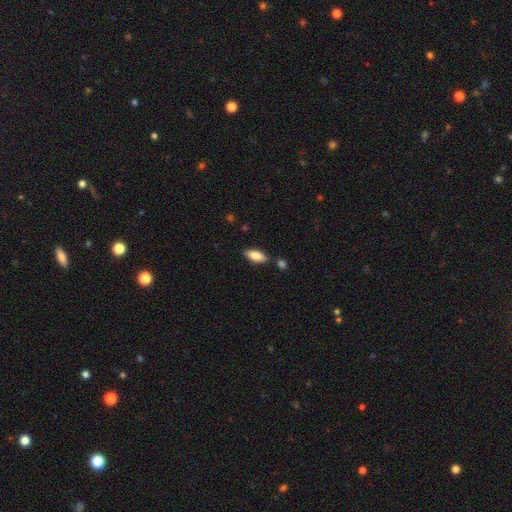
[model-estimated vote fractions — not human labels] Morphology: type=smooth (82%); roundness=in between (79%); merging=none (82%).